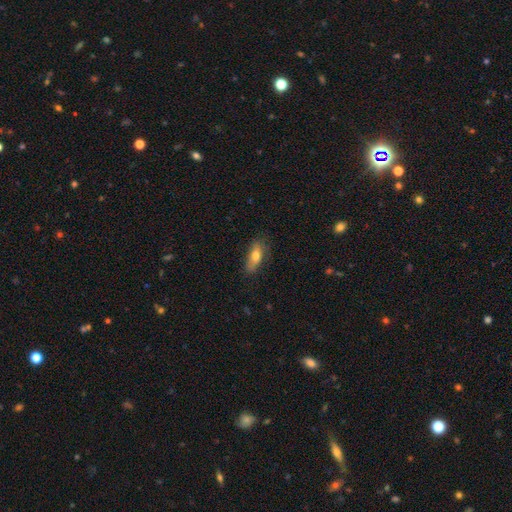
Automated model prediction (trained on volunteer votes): Smooth or featured: smooth — 70% (featured or disk — 23%)
How rounded: in between — 71% (cigar-shaped — 26%)
Merging: none — 66% (minor disturbance — 25%)